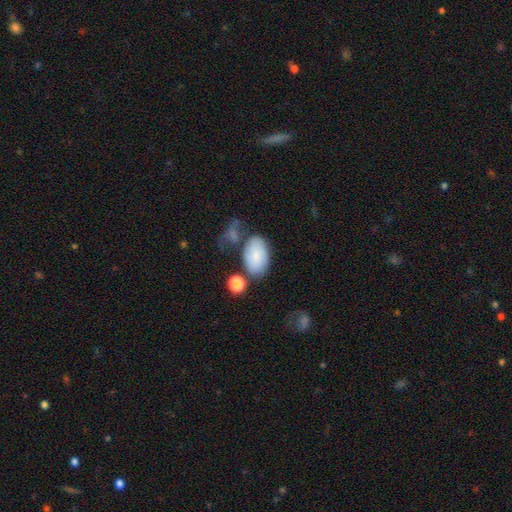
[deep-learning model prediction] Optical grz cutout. It shows a smooth galaxy with no disk features (80%) that is in between round and cigar-shaped (90%). Merging: none (60%).